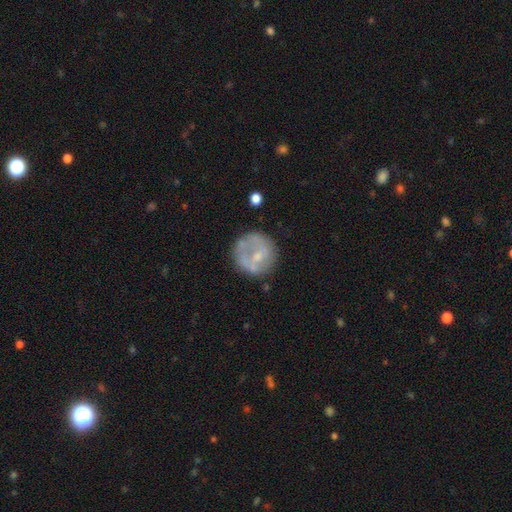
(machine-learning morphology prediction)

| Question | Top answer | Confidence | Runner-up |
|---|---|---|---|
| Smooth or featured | featured or disk | 46% | smooth (45%) |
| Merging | none | 63% | minor disturbance (20%) |